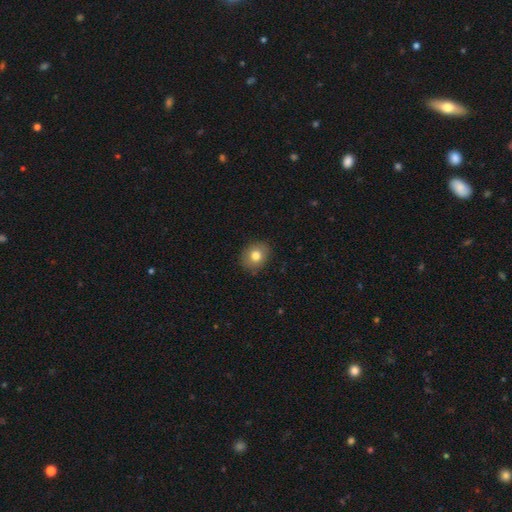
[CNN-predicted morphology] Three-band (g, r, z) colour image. It shows a smooth galaxy with no disk features (79%) that is round (63%). Merging: none (87%).